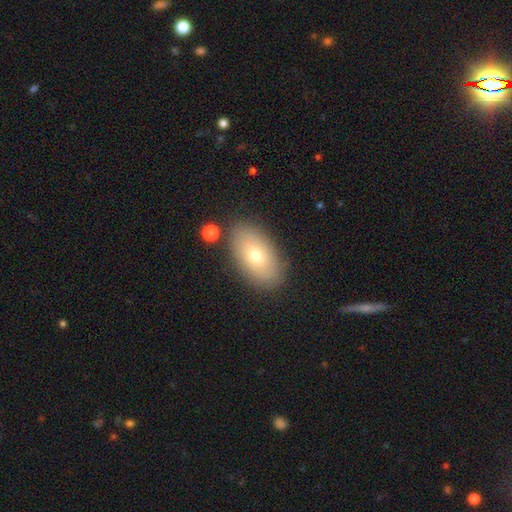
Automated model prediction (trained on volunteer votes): smooth 70%, featured or disk 22%, star or artifact 8%. Down the decision tree: how rounded — in between (93%); merging — none (83%).